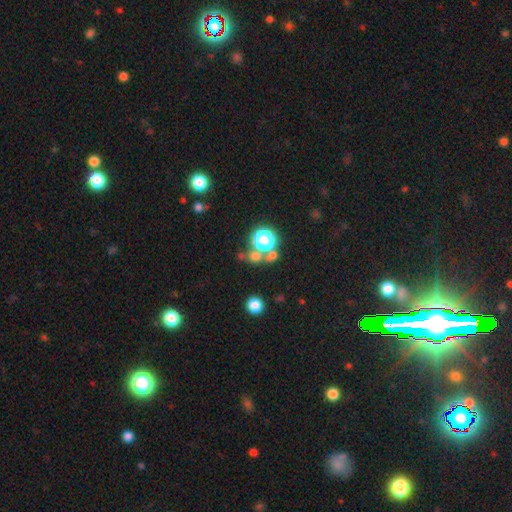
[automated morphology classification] Q: Smooth or featured?
A: smooth (58%); runner-up: star or artifact (31%)
Q: How rounded?
A: round (82%); runner-up: in between (16%)
Q: Merging?
A: none (55%); runner-up: merger (31%)